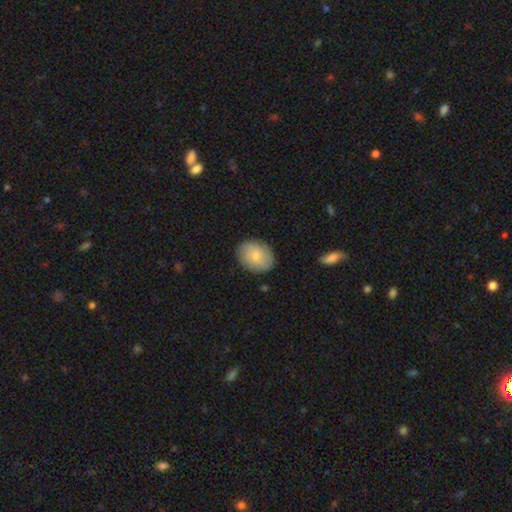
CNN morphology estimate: Overall: smooth (73%). How rounded: in between (62%; round 37%). Merging: none (85%).